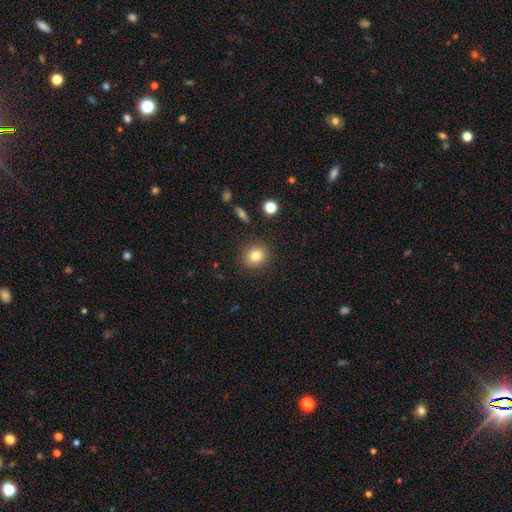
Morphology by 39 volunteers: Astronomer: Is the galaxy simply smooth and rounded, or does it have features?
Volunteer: smooth — 95%.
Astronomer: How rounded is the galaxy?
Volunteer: round — 76%.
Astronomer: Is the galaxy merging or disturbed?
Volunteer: none — 86%.